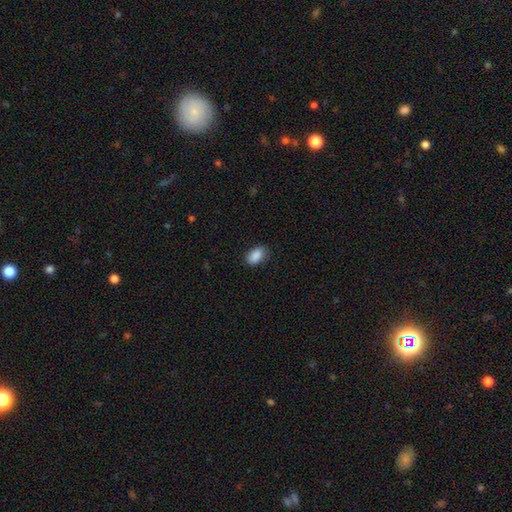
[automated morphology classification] Q: Smooth or featured?
A: smooth (89%); runner-up: star or artifact (7%)
Q: How rounded?
A: in between (92%); runner-up: round (6%)
Q: Merging?
A: none (84%); runner-up: minor disturbance (13%)